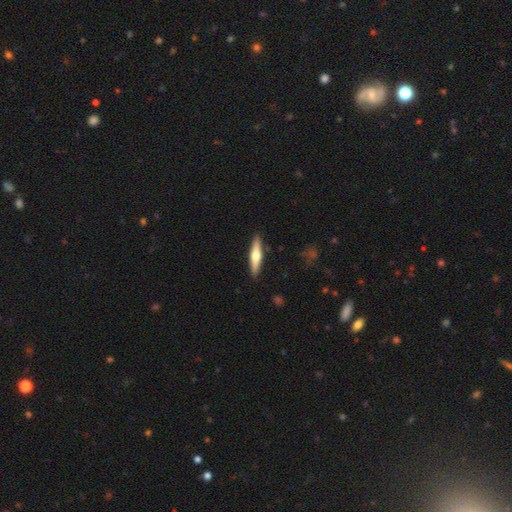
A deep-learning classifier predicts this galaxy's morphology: A featured or disk galaxy (50%) viewed edge-on (94%).

Vote fractions:
- Smooth or featured? featured or disk: 50% / smooth: 45% / star or artifact: 5%
- Edge-on disk? yes: 94% / no: 6%
- Merging? none: 89% / minor disturbance: 8% / major disturbance: 2% / merger: 1%